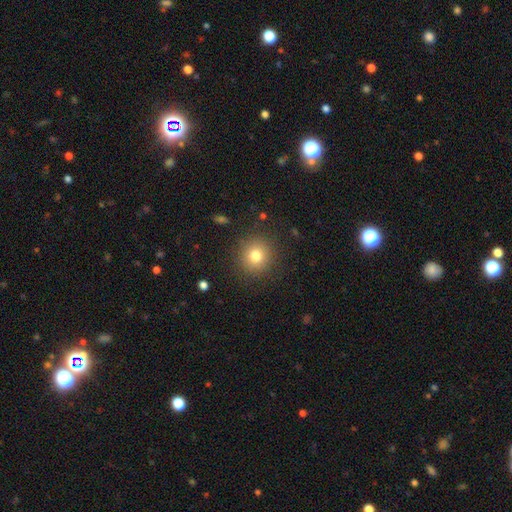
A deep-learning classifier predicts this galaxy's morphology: smooth-or-featured: smooth: 78% | star or artifact: 13% | featured or disk: 9%
  how-rounded: round: 90% | in between: 9% | cigar-shaped: 1%
  merging: none: 88% | minor disturbance: 7% | major disturbance: 3% | merger: 1%